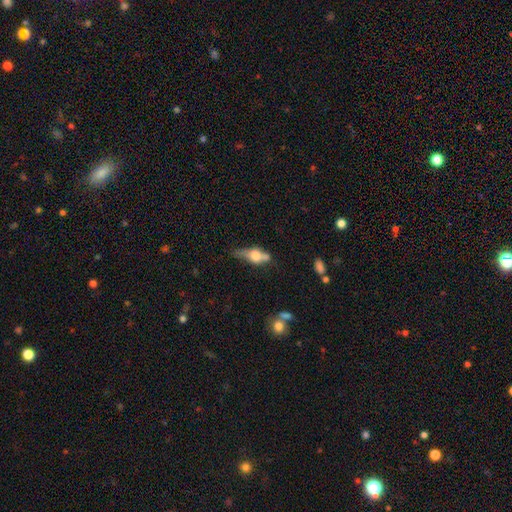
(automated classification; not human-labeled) smooth 47%, featured or disk 44%, star or artifact 8%. Down the decision tree: merging — none (41%).